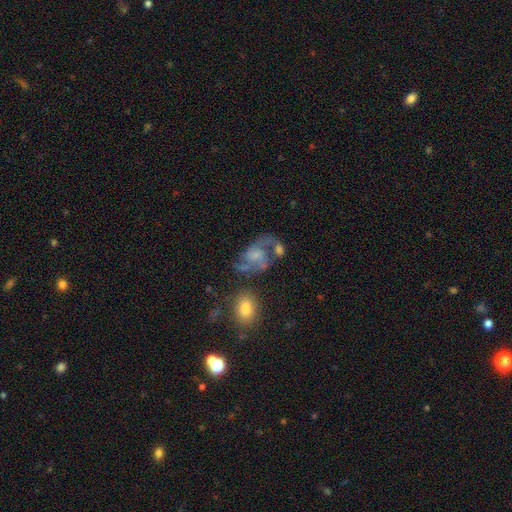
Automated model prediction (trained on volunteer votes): Overall: featured or disk (73%). Edge-on disk: no (98%). Bar: no (62%; weak 32%). Spiral arms: yes (86%). Spiral arm count: 2 (77%). Spiral winding: loose (46%; medium 42%). Bulge size: small (37%; none 29%). Merging: none (38%; major disturbance 26%).